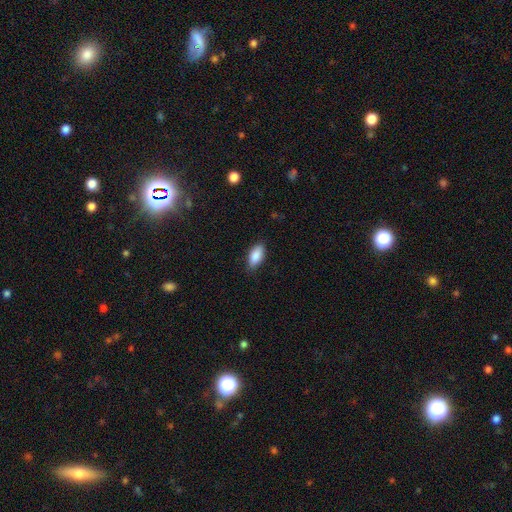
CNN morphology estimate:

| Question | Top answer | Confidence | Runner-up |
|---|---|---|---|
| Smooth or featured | smooth | 88% | star or artifact (7%) |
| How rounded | in between | 91% | cigar-shaped (7%) |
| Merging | none | 83% | minor disturbance (13%) |